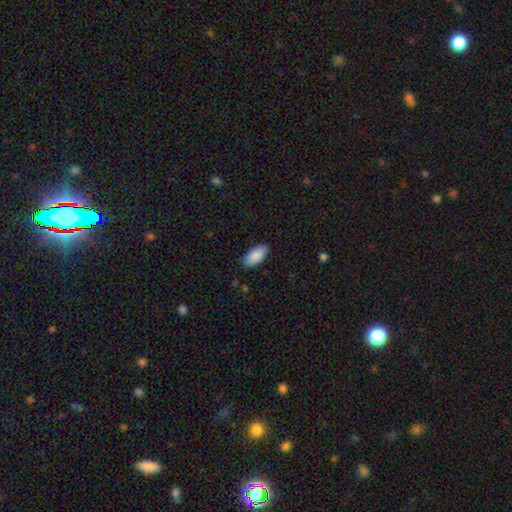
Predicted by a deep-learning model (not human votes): Morphology: type=smooth (89%); roundness=in between (93%); merging=none (87%).